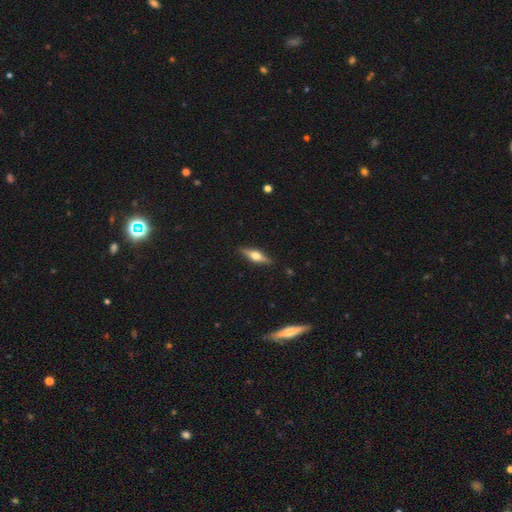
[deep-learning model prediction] smooth-or-featured: featured or disk: 52% | smooth: 42% | star or artifact: 6%
  disk-edge-on: yes: 93% | no: 7%
  merging: none: 89% | minor disturbance: 8% | major disturbance: 2% | merger: 1%